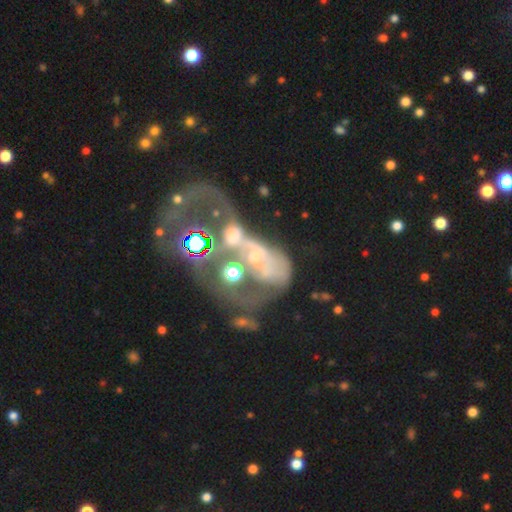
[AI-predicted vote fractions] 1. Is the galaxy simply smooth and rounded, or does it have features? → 64% featured or disk, 21% star or artifact, 16% smooth.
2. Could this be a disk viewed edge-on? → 96% no, 4% yes.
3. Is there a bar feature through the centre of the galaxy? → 82% no, 12% weak, 6% strong.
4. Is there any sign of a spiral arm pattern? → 70% no, 30% yes.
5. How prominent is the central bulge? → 34% none, 30% small, 28% moderate, 5% large, 3% dominant.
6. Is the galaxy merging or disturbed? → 55% merger, 28% major disturbance, 11% none, 6% minor disturbance.